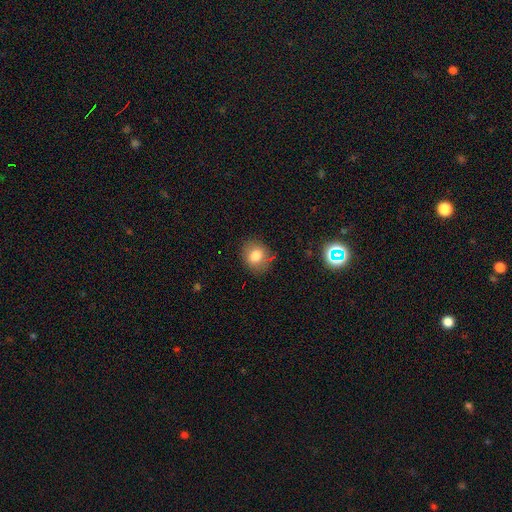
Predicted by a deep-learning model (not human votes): smooth 79%, star or artifact 11%, featured or disk 10%. Down the decision tree: how rounded — round (66%); merging — none (83%).